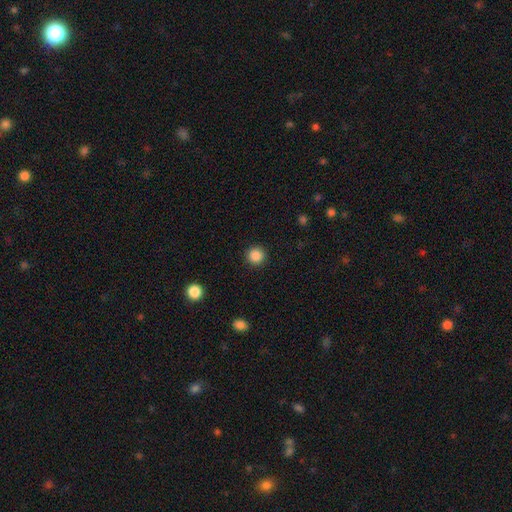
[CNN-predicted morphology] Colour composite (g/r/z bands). It shows a smooth galaxy with no disk features (87%) that is round (95%). Merging: none (92%).